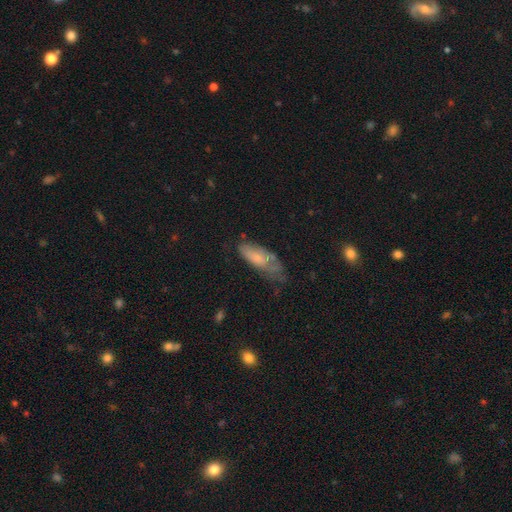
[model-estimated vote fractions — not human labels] Q: Smooth or featured?
A: smooth (58%); runner-up: featured or disk (34%)
Q: How rounded?
A: in between (68%); runner-up: cigar-shaped (29%)
Q: Merging?
A: minor disturbance (36%); tied with: none (36%)